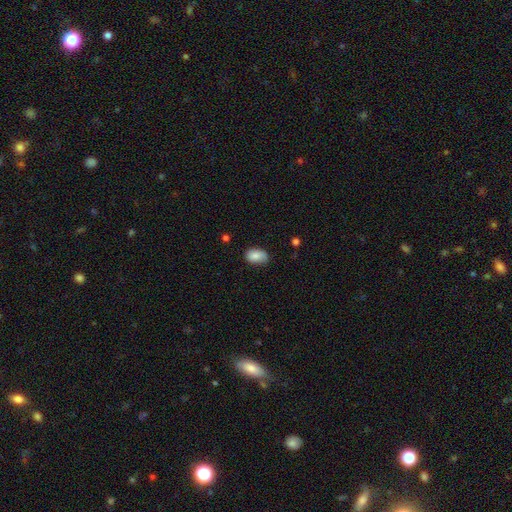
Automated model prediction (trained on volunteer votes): Smooth or featured?
  - smooth: 83% *
  - featured or disk: 9%
  - star or artifact: 7%
How rounded?
  - in between: 88% *
  - round: 11%
  - cigar-shaped: 1%
Merging?
  - none: 74% *
  - minor disturbance: 21%
  - major disturbance: 4%
  - merger: 1%